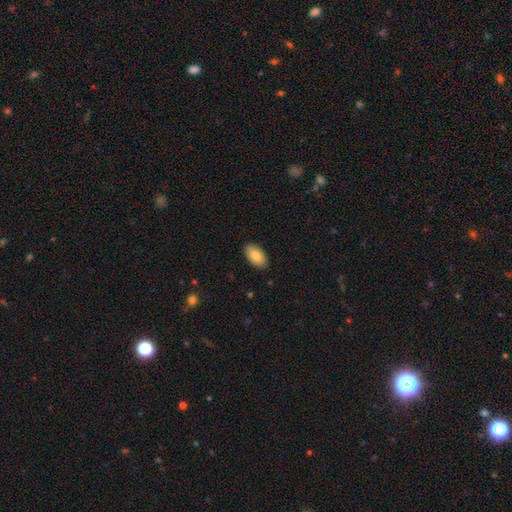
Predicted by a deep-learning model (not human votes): A smooth galaxy with no disk features (84%) that is in between round and cigar-shaped (95%). Merging: none (88%).